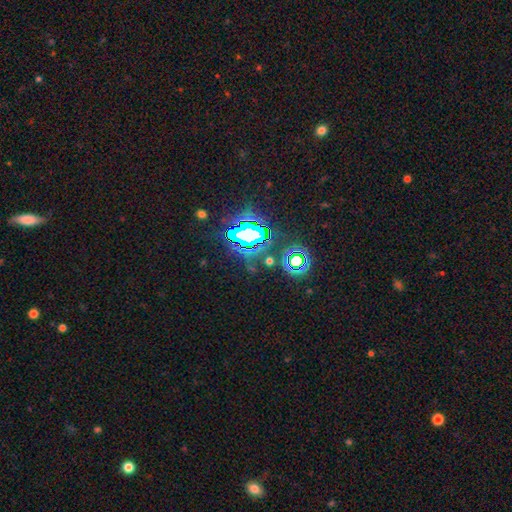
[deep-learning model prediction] A star or artifact, not a galaxy (80%).

Vote fractions:
- Smooth or featured? star or artifact: 80% / smooth: 13% / featured or disk: 7%